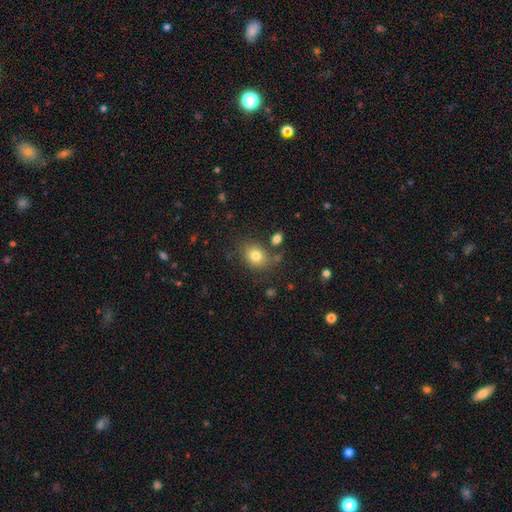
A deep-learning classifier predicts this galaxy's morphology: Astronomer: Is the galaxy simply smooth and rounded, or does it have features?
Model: smooth — 79%.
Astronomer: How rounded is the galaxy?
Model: round — 50% (runner-up: in between, 49%).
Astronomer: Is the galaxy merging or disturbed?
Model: none — 76%.